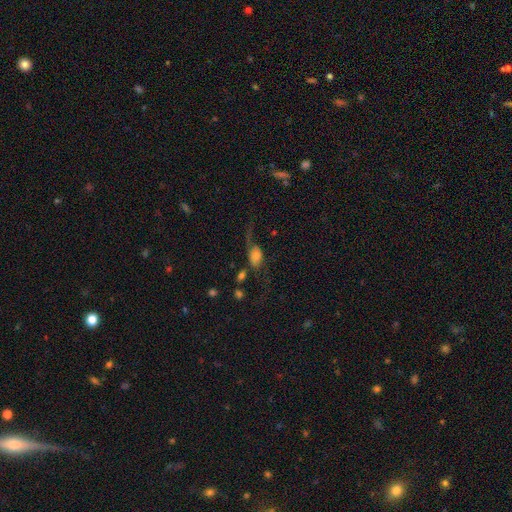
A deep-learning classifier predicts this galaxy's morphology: smooth-or-featured: smooth: 55% | featured or disk: 35% | star or artifact: 10%
  how-rounded: in between: 80% | round: 15% | cigar-shaped: 5%
  merging: major disturbance: 45% | none: 29% | minor disturbance: 19% | merger: 7%